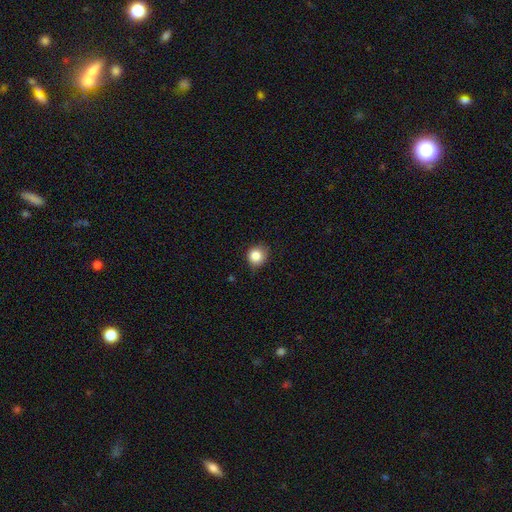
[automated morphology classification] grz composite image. It shows a smooth galaxy with no disk features (85%) that is round (88%). Merging: none (81%).